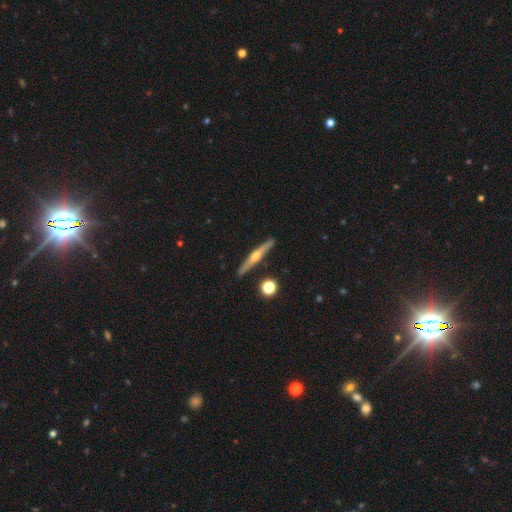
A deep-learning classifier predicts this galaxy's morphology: Smooth or featured: featured or disk — 70% (smooth — 24%)
Edge-on disk: yes — 97% (no — 3%)
Edge-on bulge: rounded — 88% (none — 7%)
Merging: none — 89% (minor disturbance — 7%)